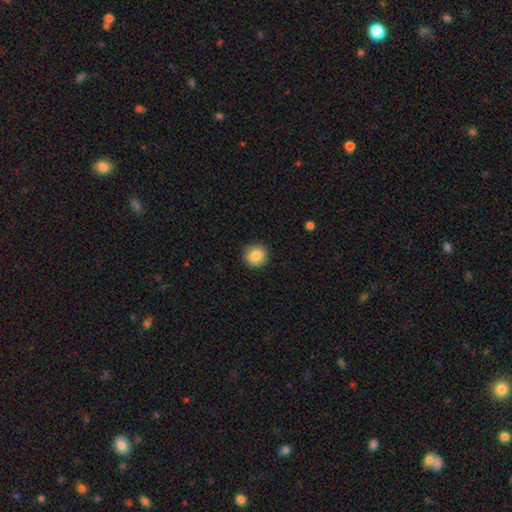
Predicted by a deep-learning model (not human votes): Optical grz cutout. It shows a smooth galaxy with no disk features (86%) that is round (88%). Merging: none (86%).